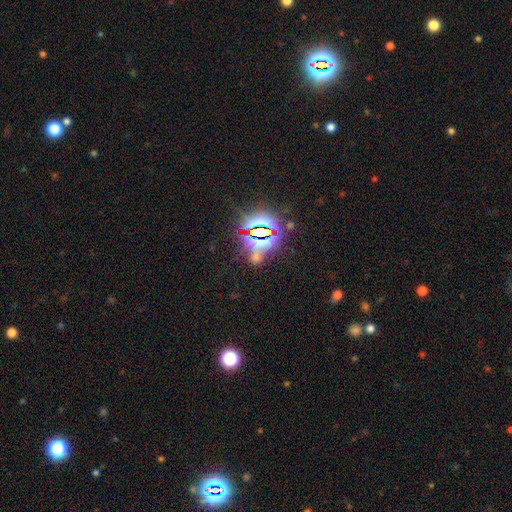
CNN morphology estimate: Smooth or featured? star or artifact (75%)